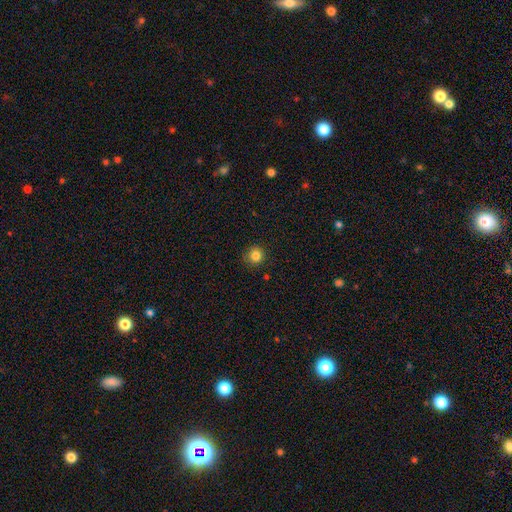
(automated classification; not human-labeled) Smooth or featured: smooth — 83% (star or artifact — 12%)
How rounded: round — 94% (in between — 5%)
Merging: none — 88% (minor disturbance — 9%)